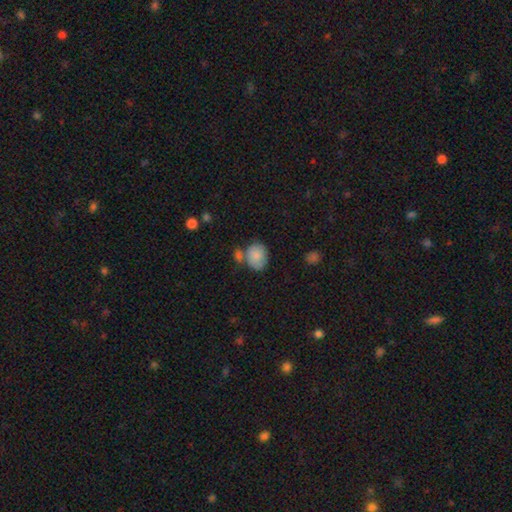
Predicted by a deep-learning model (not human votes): smooth-or-featured: smooth: 82% | featured or disk: 11% | star or artifact: 7%
  how-rounded: round: 53% | in between: 46% | cigar-shaped: 1%
  merging: none: 50% | merger: 23% | minor disturbance: 20% | major disturbance: 7%